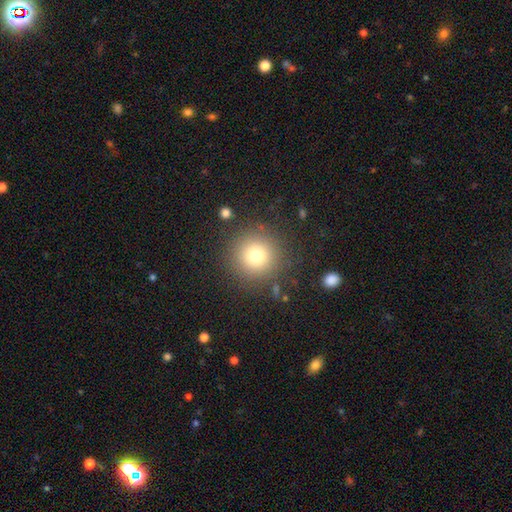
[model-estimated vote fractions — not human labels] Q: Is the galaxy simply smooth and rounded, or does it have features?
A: smooth — 77%.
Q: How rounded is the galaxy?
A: round — 95%.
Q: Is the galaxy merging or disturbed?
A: none — 87%.